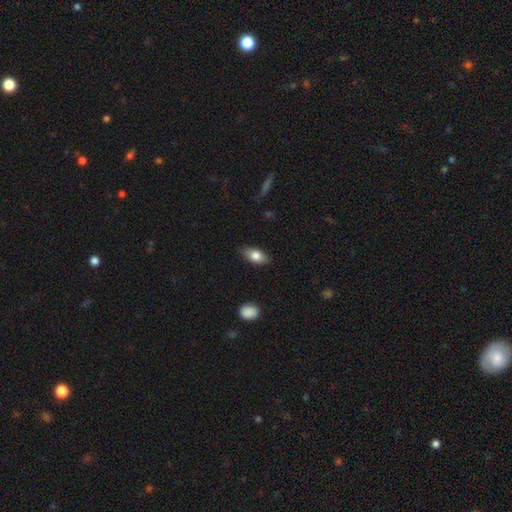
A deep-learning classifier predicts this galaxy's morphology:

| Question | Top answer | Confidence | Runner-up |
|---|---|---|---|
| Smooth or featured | smooth | 77% | featured or disk (16%) |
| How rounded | in between | 87% | cigar-shaped (7%) |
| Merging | none | 82% | minor disturbance (14%) |